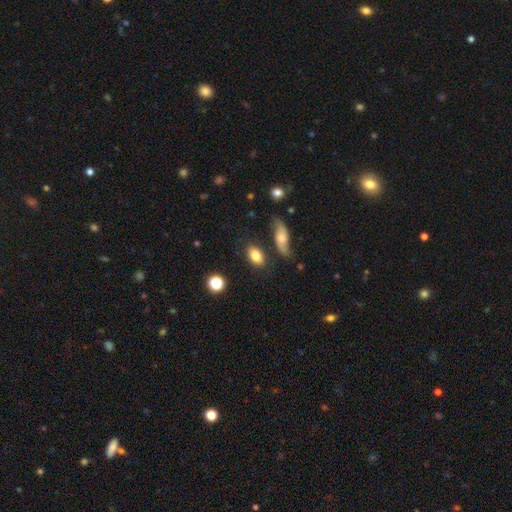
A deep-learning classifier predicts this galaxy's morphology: type=smooth (81%); roundness=in between (84%); merging=none (77%).